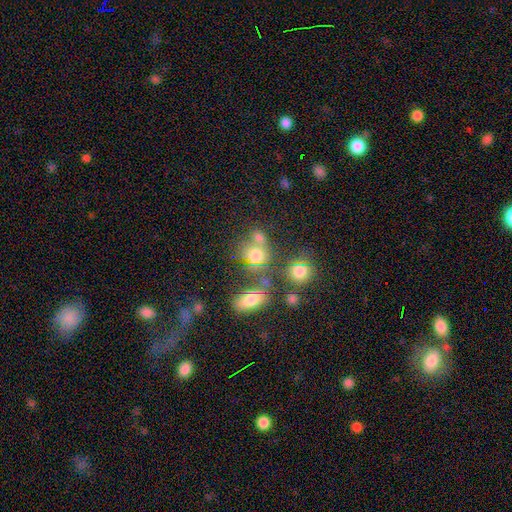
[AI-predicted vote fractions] This is likely a smooth galaxy (72%). How rounded: likely round (63%). Merging: marginally none (44%).